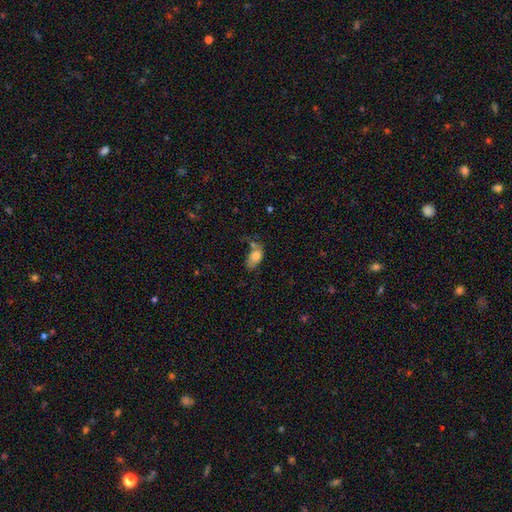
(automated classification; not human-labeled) Smooth or featured? smooth (77%)
How rounded? in between (90%)
Merging? none (37%)